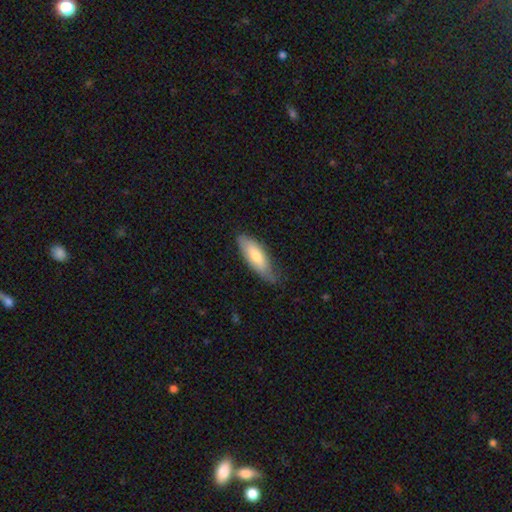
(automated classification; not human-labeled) The model was most divided on "how rounded": in between: 61%, cigar-shaped: 37%, round: 2%. More confident: smooth or featured — smooth (70%); merging — none (66%).